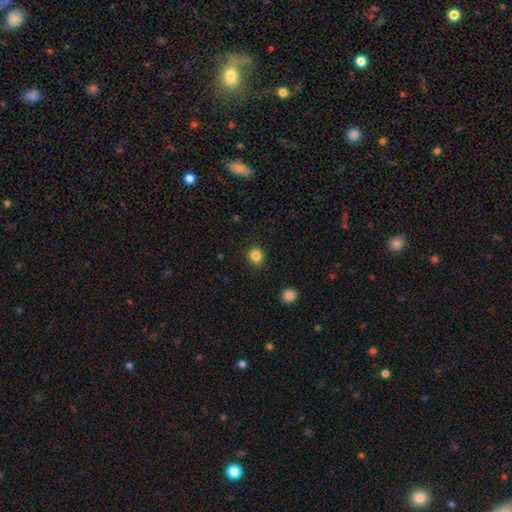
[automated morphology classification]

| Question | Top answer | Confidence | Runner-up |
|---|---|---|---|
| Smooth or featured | smooth | 84% | star or artifact (11%) |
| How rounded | round | 79% | in between (20%) |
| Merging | none | 90% | minor disturbance (7%) |